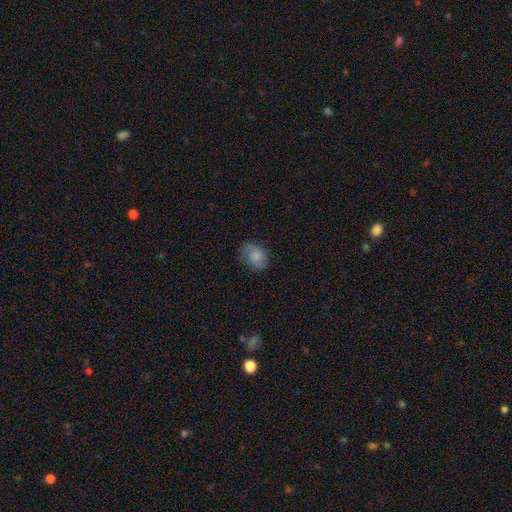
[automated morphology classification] smooth_or_featured: smooth (p=0.82) [alt: featured or disk p=0.10]
how_rounded: in between (p=0.65) [alt: round p=0.34]
merging: none (p=0.68) [alt: minor disturbance p=0.23]